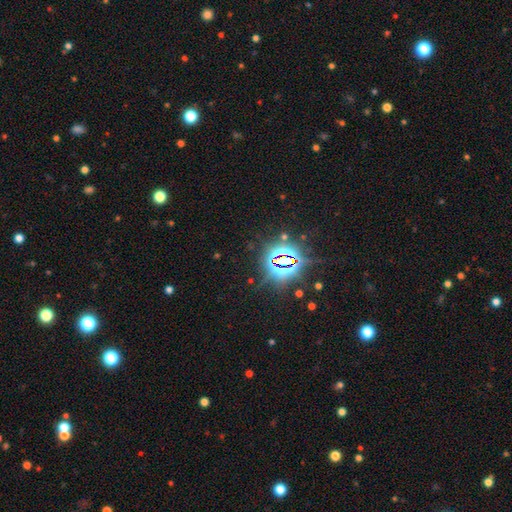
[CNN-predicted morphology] Smooth or featured? star or artifact (82%)